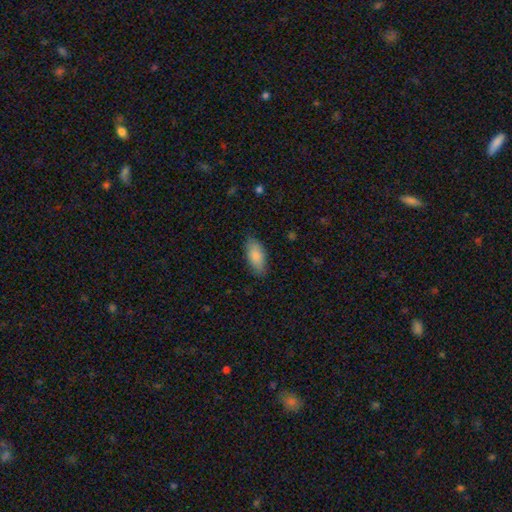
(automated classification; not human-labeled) smooth-or-featured: smooth: 85% | featured or disk: 9% | star or artifact: 6%
  how-rounded: in between: 88% | cigar-shaped: 10% | round: 2%
  merging: none: 83% | minor disturbance: 13% | major disturbance: 3% | merger: 1%